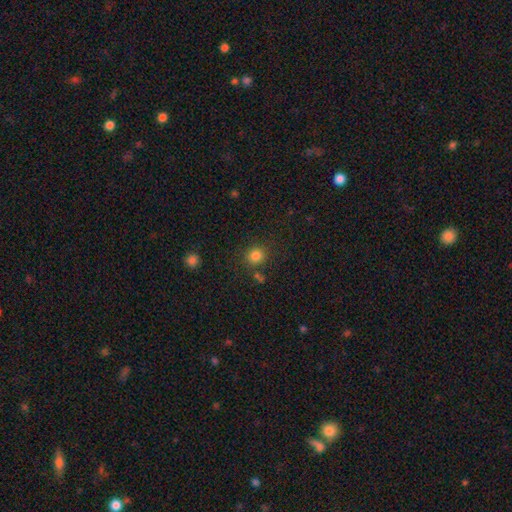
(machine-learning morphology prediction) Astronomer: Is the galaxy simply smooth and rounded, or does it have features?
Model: smooth — 82%.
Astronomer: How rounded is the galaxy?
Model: round — 85%.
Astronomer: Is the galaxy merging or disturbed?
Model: none — 79%.